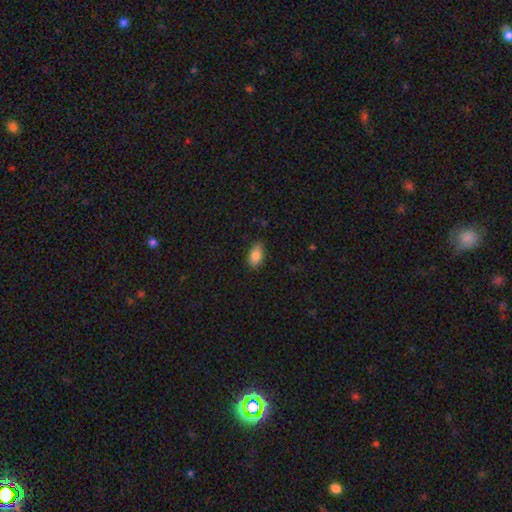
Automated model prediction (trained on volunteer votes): smooth-or-featured: smooth: 85% | star or artifact: 8% | featured or disk: 8%
  how-rounded: in between: 91% | round: 6% | cigar-shaped: 3%
  merging: none: 83% | minor disturbance: 14% | major disturbance: 2% | merger: 1%